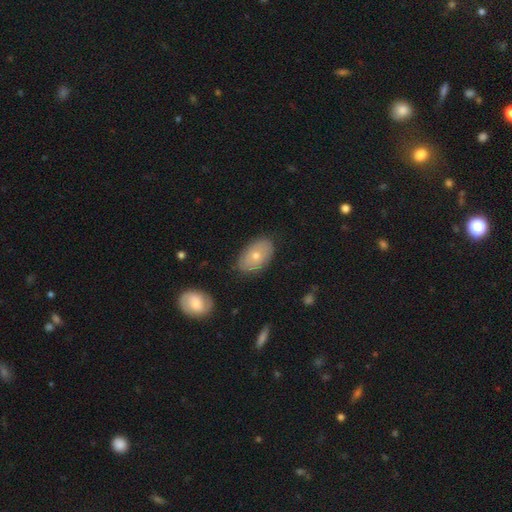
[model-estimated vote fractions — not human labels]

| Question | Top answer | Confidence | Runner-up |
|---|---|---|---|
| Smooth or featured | smooth | 59% | featured or disk (32%) |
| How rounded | in between | 90% | round (9%) |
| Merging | none | 80% | minor disturbance (15%) |